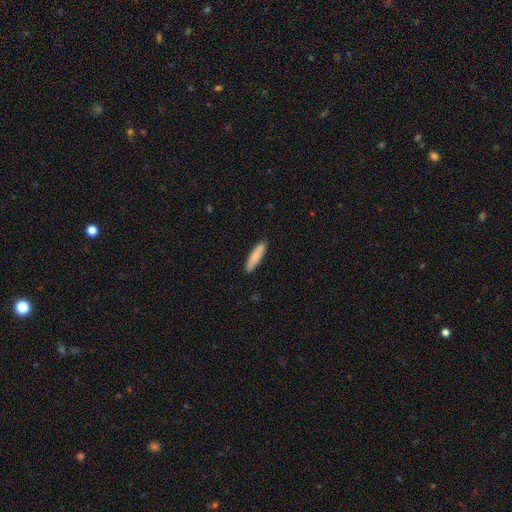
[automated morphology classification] The model was most divided on "how rounded": cigar-shaped: 79%, in between: 20%, round: 1%. More confident: merging — none (90%); smooth or featured — smooth (82%).